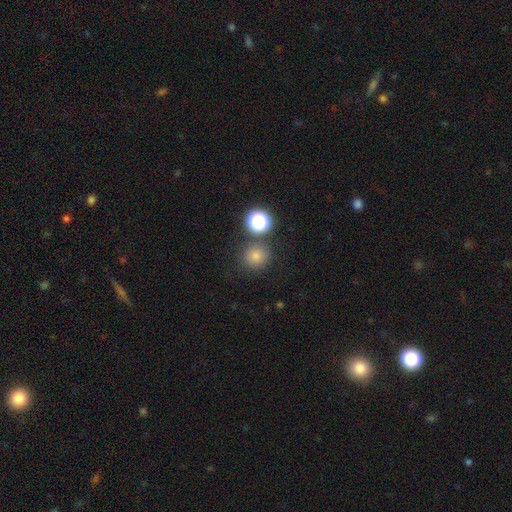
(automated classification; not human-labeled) A smooth galaxy with no disk features (71%) that is round (91%).

Vote fractions:
- Smooth or featured? smooth: 71% / star or artifact: 22% / featured or disk: 7%
- How rounded? round: 91% / in between: 8% / cigar-shaped: 1%
- Merging? none: 80% / merger: 9% / minor disturbance: 8% / major disturbance: 3%